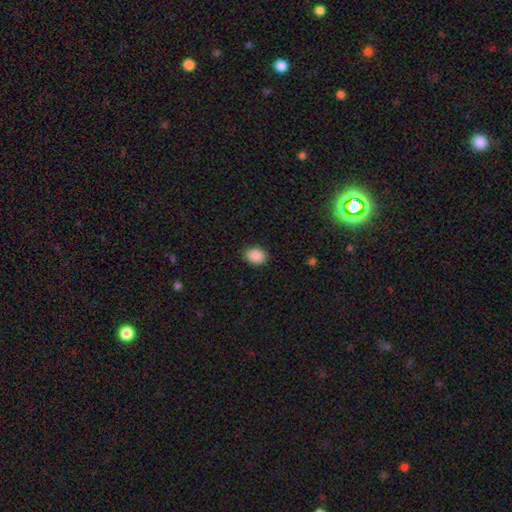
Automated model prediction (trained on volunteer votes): A smooth galaxy with no disk features (89%) that is in between round and cigar-shaped (57%). Merging: none (87%).